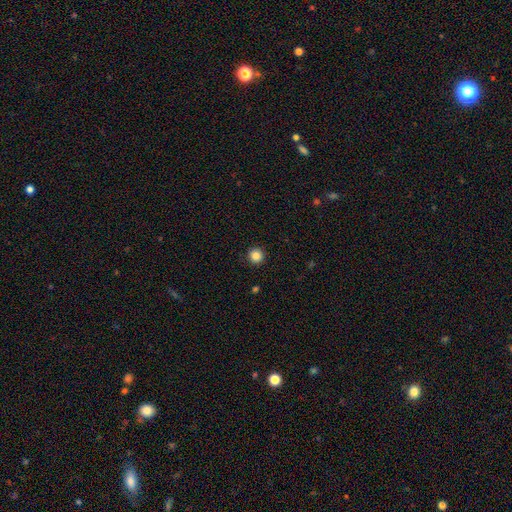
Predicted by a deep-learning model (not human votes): smooth 86%, star or artifact 11%, featured or disk 4%. Down the decision tree: how rounded — round (96%); merging — none (93%).